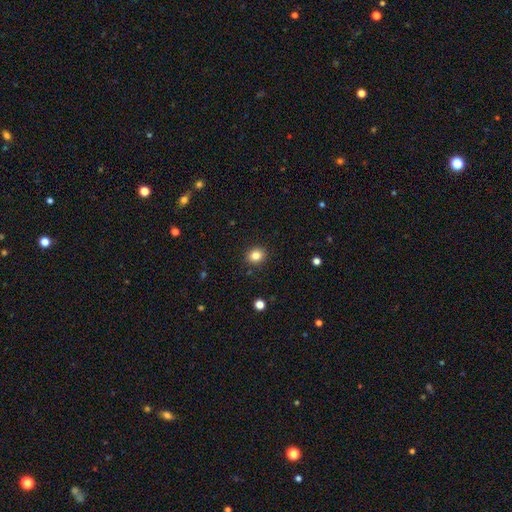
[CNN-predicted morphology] A smooth galaxy with no disk features (83%) that is round (70%). Merging: none (90%).